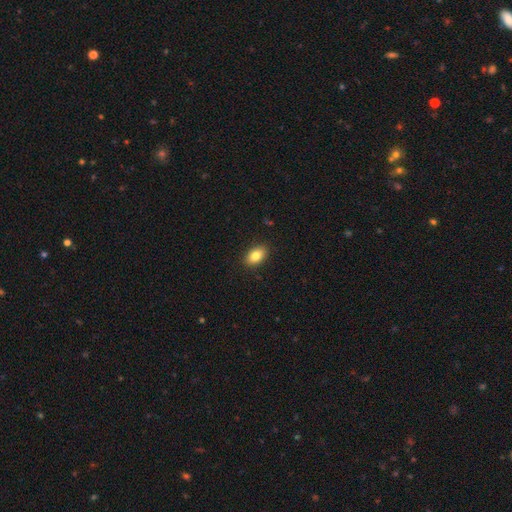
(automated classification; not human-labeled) Overall: smooth (82%). How rounded: in between (88%). Merging: none (89%).